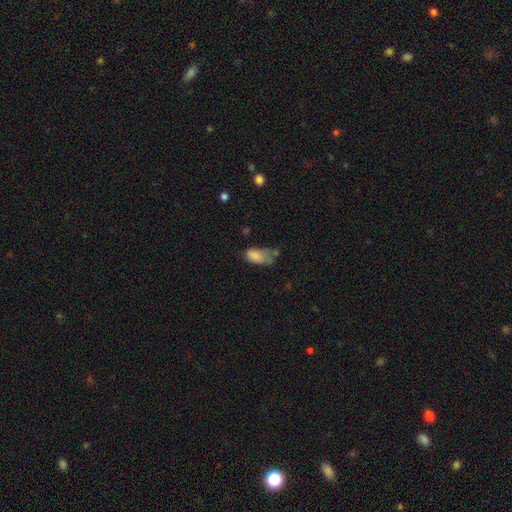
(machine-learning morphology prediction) smooth 77%, featured or disk 13%, star or artifact 10%. Down the decision tree: how rounded — in between (92%); merging — minor disturbance (34%).